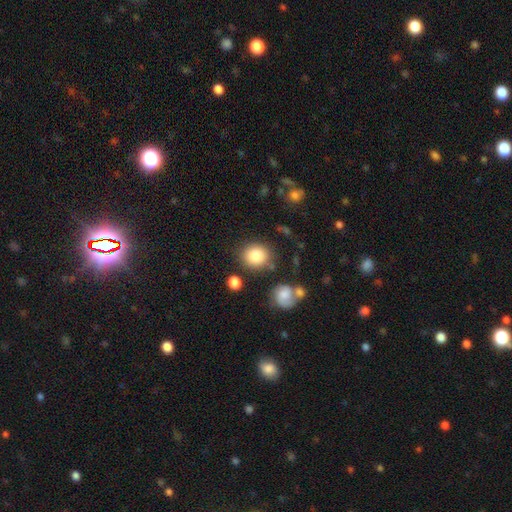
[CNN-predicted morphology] smooth_or_featured: smooth (p=0.85) [alt: star or artifact p=0.09]
how_rounded: round (p=0.81) [alt: in between p=0.18]
merging: none (p=0.80) [alt: minor disturbance p=0.11]